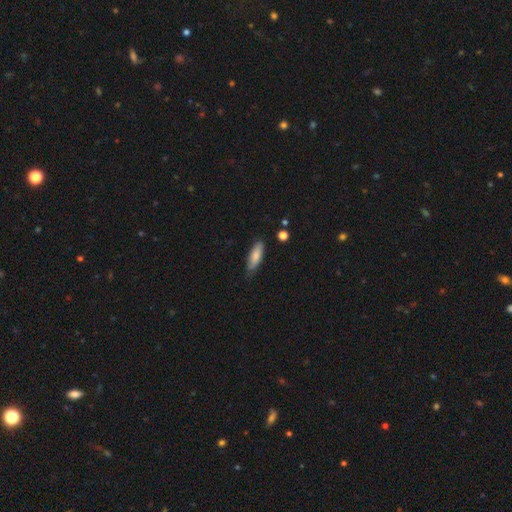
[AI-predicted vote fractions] smooth 78%, featured or disk 16%, star or artifact 6%. Down the decision tree: how rounded — in between (57%); merging — none (73%).